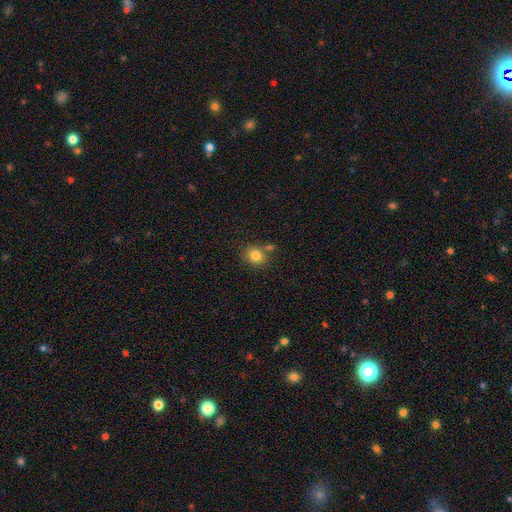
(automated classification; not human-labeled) This appears to be a smooth galaxy with no disk features (82%) that is round (76%). Merging: none (71%).